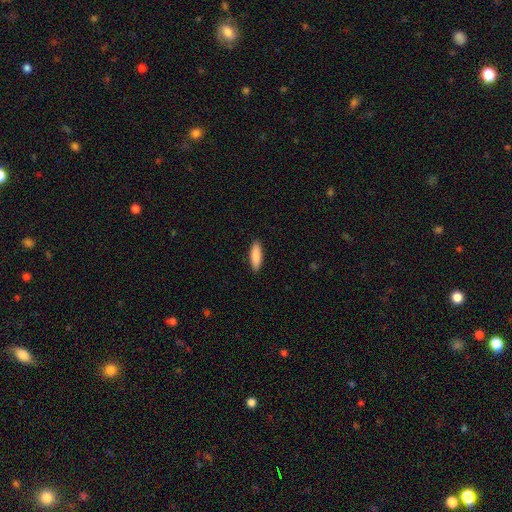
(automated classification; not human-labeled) Q: Smooth or featured?
A: smooth (89%); runner-up: featured or disk (6%)
Q: How rounded?
A: in between (51%); runner-up: cigar-shaped (47%)
Q: Merging?
A: none (90%); runner-up: minor disturbance (7%)